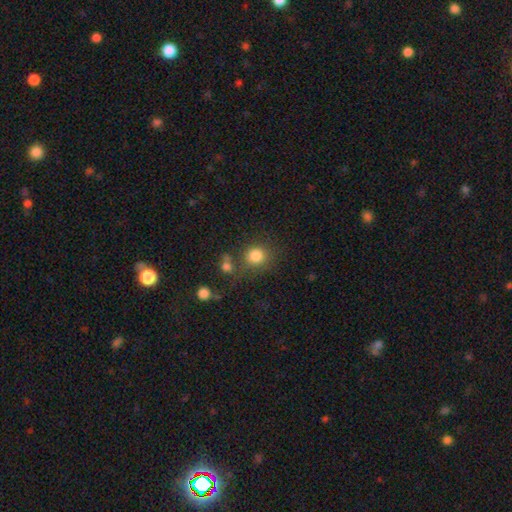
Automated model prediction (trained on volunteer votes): Overall: smooth (83%). How rounded: round (86%). Merging: none (70%).